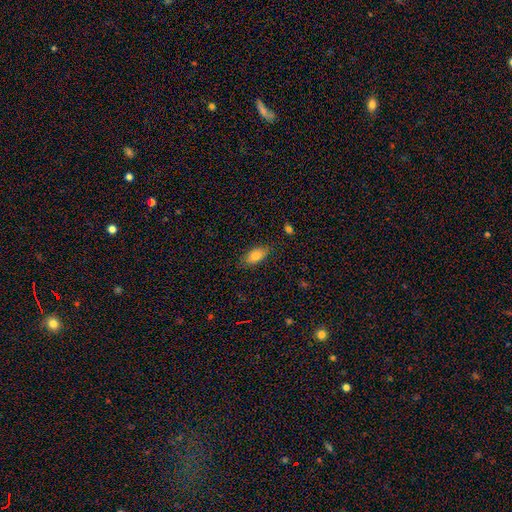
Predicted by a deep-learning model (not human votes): Smooth or featured?
  - smooth: 81% *
  - featured or disk: 11%
  - star or artifact: 8%
How rounded?
  - in between: 87% *
  - cigar-shaped: 8%
  - round: 4%
Merging?
  - none: 82% *
  - minor disturbance: 13%
  - major disturbance: 3%
  - merger: 1%